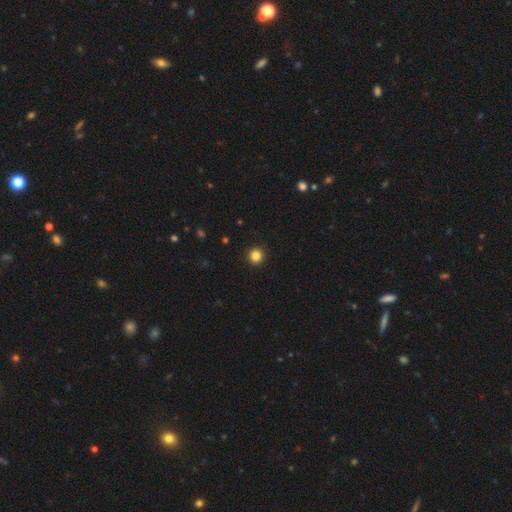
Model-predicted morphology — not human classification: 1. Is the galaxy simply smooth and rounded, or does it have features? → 85% smooth, 11% star or artifact, 3% featured or disk.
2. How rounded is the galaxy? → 95% round, 4% in between, 1% cigar-shaped.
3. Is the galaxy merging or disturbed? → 93% none, 4% minor disturbance, 2% major disturbance, 1% merger.